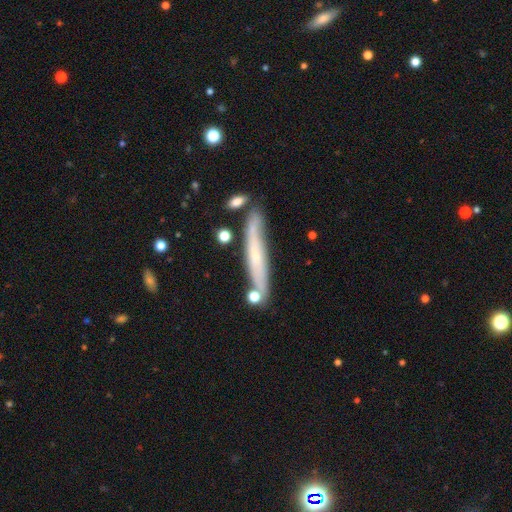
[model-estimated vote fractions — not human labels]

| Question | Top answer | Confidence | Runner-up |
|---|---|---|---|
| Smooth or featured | featured or disk | 49% | smooth (43%) |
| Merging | none | 72% | minor disturbance (17%) |